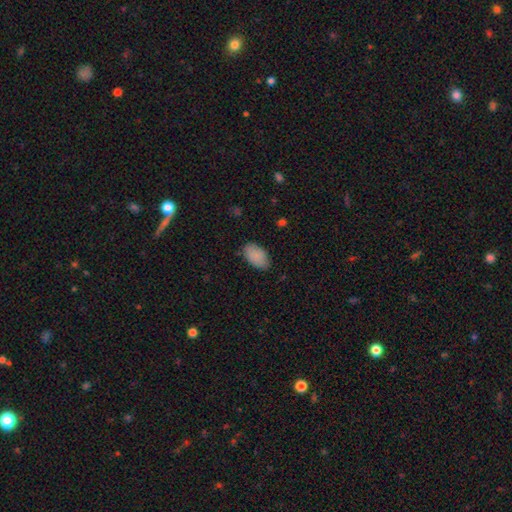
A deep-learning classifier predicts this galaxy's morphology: This appears to be a smooth galaxy with no disk features (88%) that is in between round and cigar-shaped (94%). Merging: none (83%).